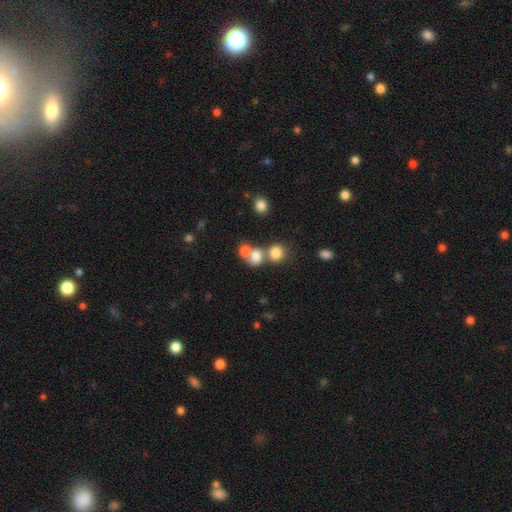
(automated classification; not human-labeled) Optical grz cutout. It shows a smooth galaxy with no disk features (73%) that is round (68%). Merging: merger (53%).